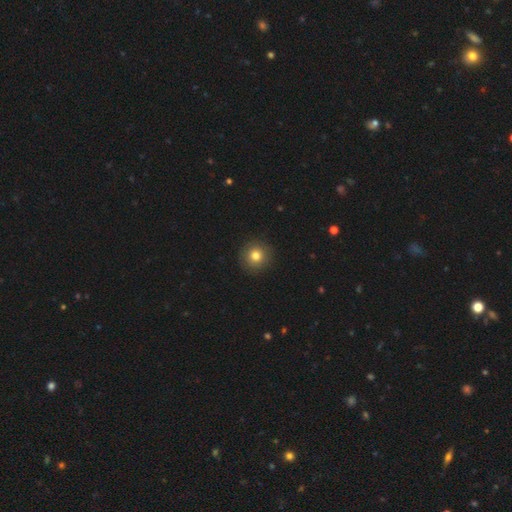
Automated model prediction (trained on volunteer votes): A smooth galaxy with no disk features (78%) that is round (94%). Merging: none (92%).